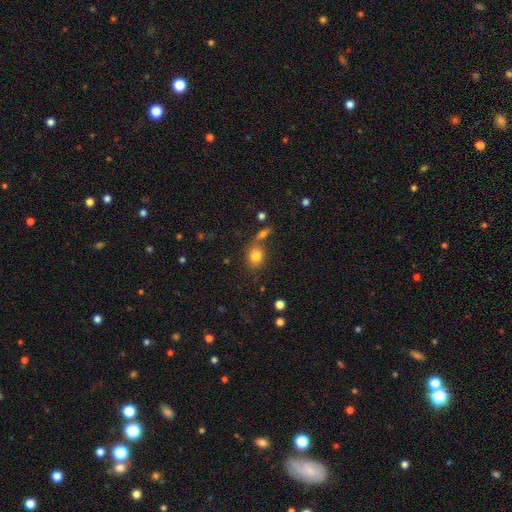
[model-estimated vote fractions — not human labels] Q: Smooth or featured?
A: smooth (80%); runner-up: star or artifact (11%)
Q: How rounded?
A: round (58%); runner-up: in between (40%)
Q: Merging?
A: none (59%); runner-up: merger (22%)